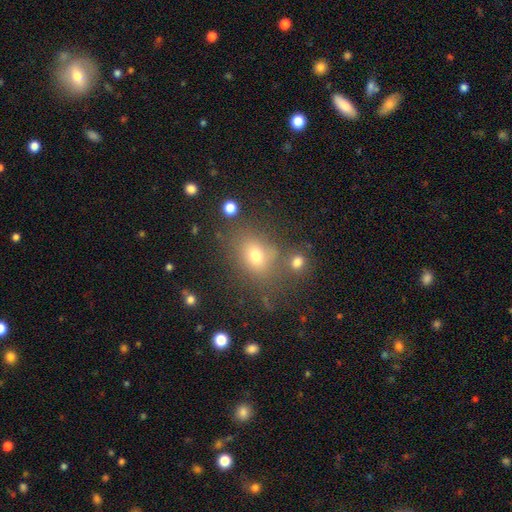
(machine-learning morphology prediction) Smooth or featured? smooth (68%)
How rounded? in between (58%)
Merging? none (69%)